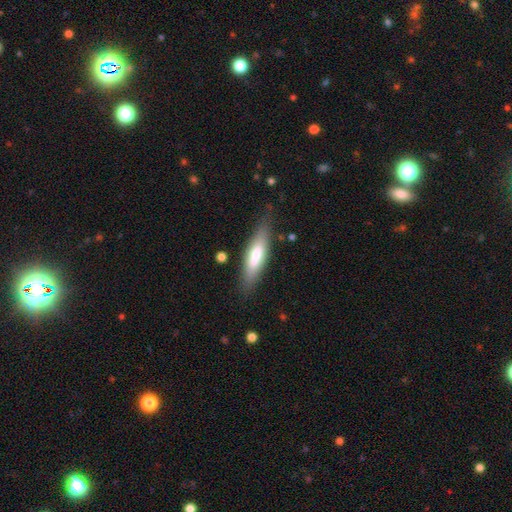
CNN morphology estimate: A smooth galaxy with no disk features (65%) that is cigar-shaped (64%).

Vote fractions:
- Smooth or featured? smooth: 65% / featured or disk: 29% / star or artifact: 6%
- How rounded? cigar-shaped: 64% / in between: 34% / round: 2%
- Merging? none: 79% / minor disturbance: 15% / major disturbance: 4% / merger: 2%